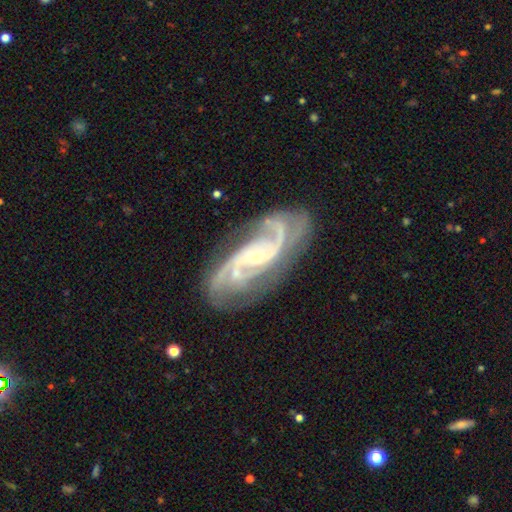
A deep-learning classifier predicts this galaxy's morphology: This is clearly a featured or disk galaxy (91%). It is clearly not viewed edge-on (96%). Bar: possibly no (52%). Spiral arm pattern: clearly yes (98%). Spiral arm count: possibly 2 (54%). Spiral winding: possibly medium (51%). Central bulge: likely small (72%). Merging: likely none (73%).